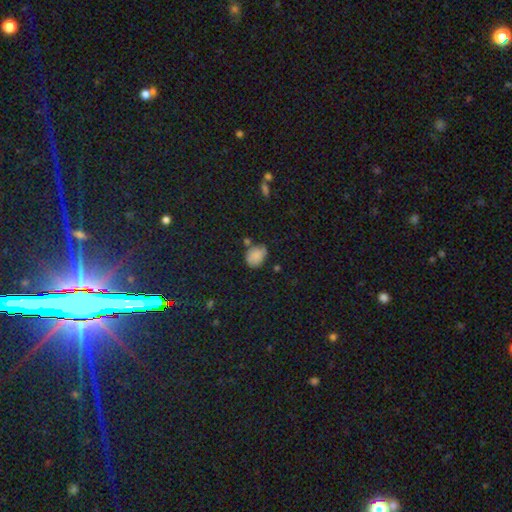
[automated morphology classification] smooth-or-featured: smooth: 81% | star or artifact: 12% | featured or disk: 8%
  how-rounded: in between: 59% | round: 40% | cigar-shaped: 1%
  merging: none: 58% | minor disturbance: 27% | merger: 9% | major disturbance: 7%